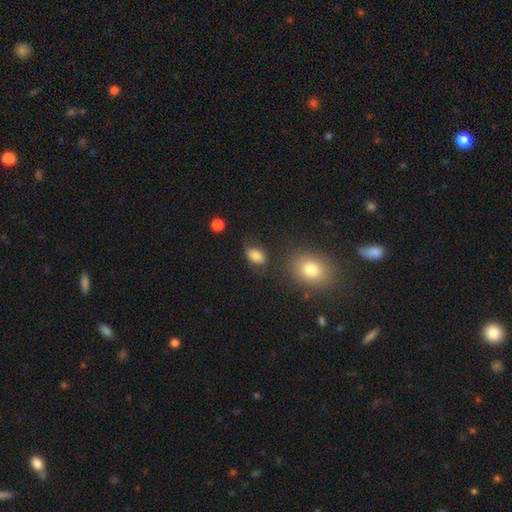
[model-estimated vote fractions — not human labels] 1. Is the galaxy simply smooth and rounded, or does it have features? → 81% smooth, 10% star or artifact, 9% featured or disk.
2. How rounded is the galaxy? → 84% in between, 14% round, 2% cigar-shaped.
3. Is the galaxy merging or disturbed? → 67% none, 21% minor disturbance, 7% major disturbance, 5% merger.